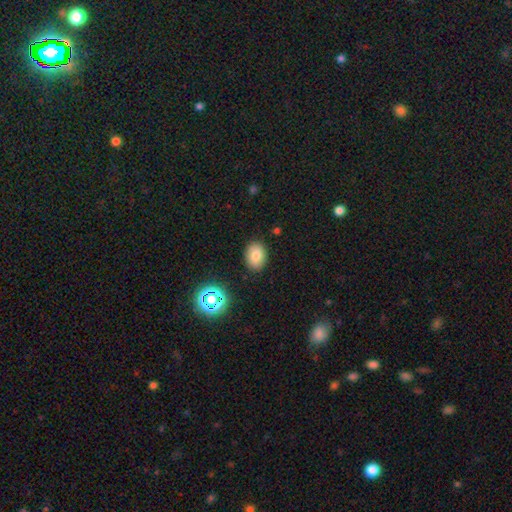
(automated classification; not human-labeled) Smooth or featured? Predicted: smooth (p=0.80). How rounded? Predicted: in between (p=0.66). Merging? Predicted: none (p=0.87).